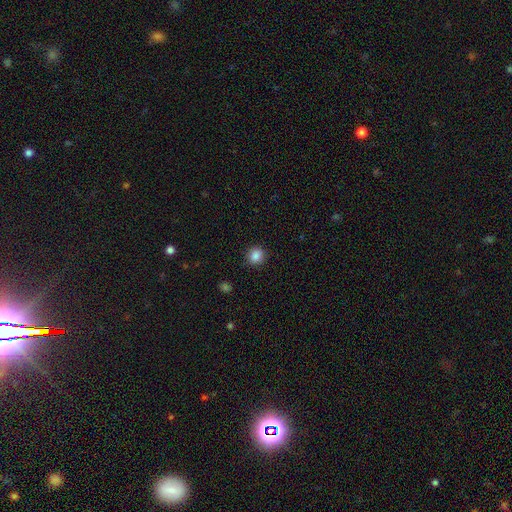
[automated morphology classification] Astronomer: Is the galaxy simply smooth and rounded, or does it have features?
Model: smooth — 86%.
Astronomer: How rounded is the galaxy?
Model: round — 91%.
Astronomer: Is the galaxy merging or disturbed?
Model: none — 91%.